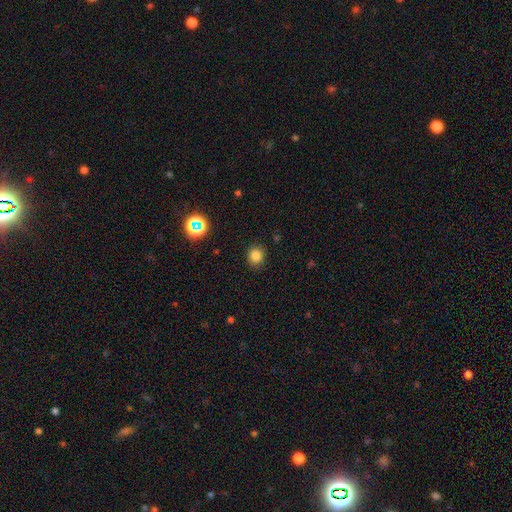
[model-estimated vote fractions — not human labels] This is clearly a smooth galaxy (81%). How rounded: clearly round (82%). Merging: clearly none (88%).